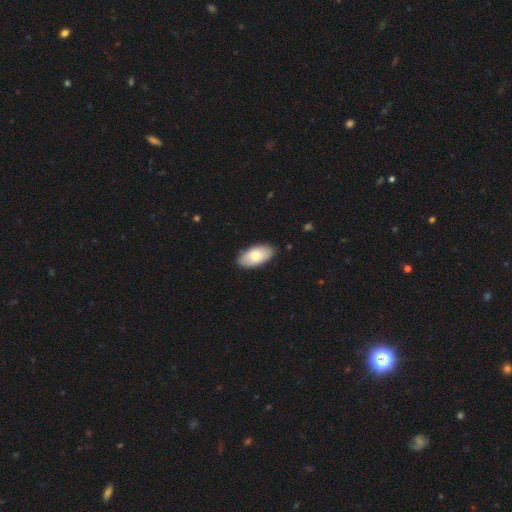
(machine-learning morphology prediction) Smooth or featured?
  - smooth: 76% *
  - featured or disk: 19%
  - star or artifact: 5%
How rounded?
  - in between: 95% *
  - cigar-shaped: 3%
  - round: 2%
Merging?
  - none: 87% *
  - minor disturbance: 10%
  - major disturbance: 2%
  - merger: 1%